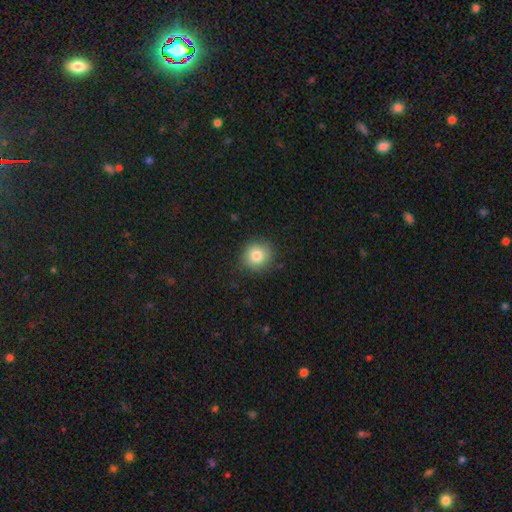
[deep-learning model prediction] Smooth or featured? Predicted: smooth (p=0.83). How rounded? Predicted: round (p=0.88). Merging? Predicted: none (p=0.87).